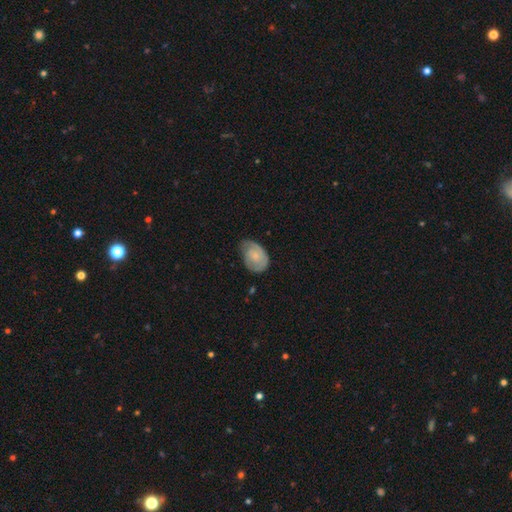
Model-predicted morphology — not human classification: type=featured or disk (48%); merging=none (51%).